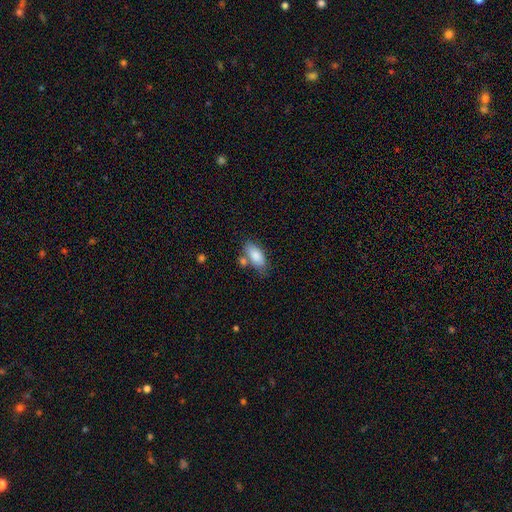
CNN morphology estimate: type=smooth (84%); roundness=in between (89%); merging=none (58%).